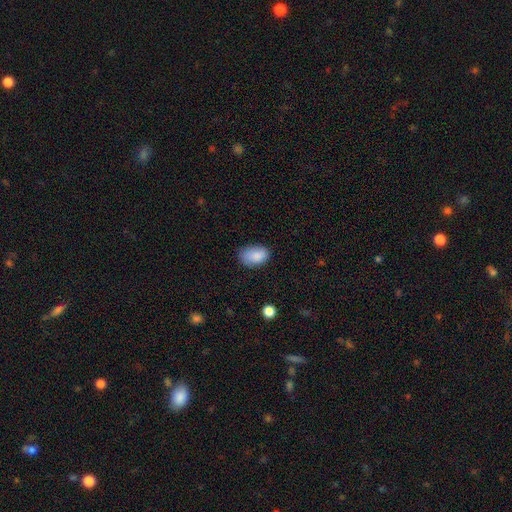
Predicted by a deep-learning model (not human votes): A smooth galaxy with no disk features (88%) that is in between round and cigar-shaped (90%). Merging: none (75%).